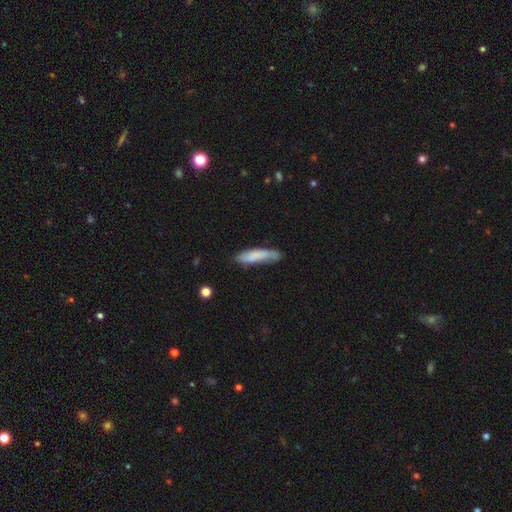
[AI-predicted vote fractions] A smooth galaxy with no disk features (71%) that is cigar-shaped (74%). Merging: none (63%).